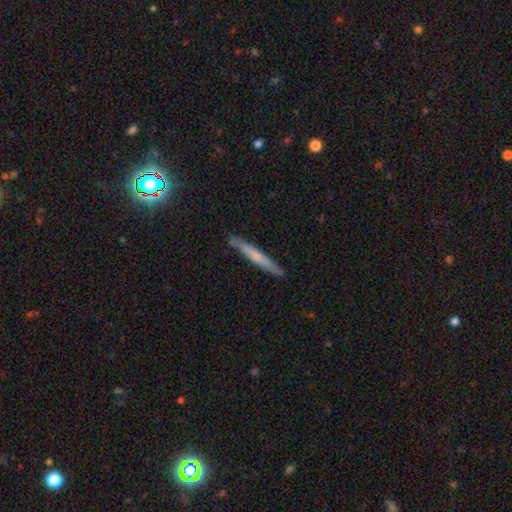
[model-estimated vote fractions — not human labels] A smooth galaxy with no disk features (56%) that is cigar-shaped (96%). Merging: none (86%).